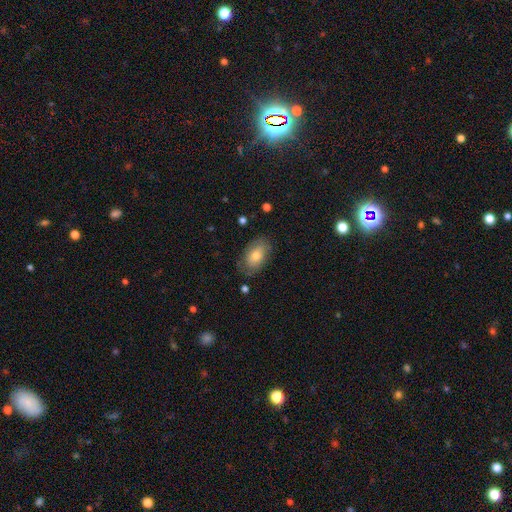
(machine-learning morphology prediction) Smooth or featured?
  - smooth: 66% *
  - featured or disk: 27%
  - star or artifact: 8%
How rounded?
  - in between: 91% *
  - round: 7%
  - cigar-shaped: 2%
Merging?
  - none: 74% *
  - minor disturbance: 19%
  - major disturbance: 6%
  - merger: 1%